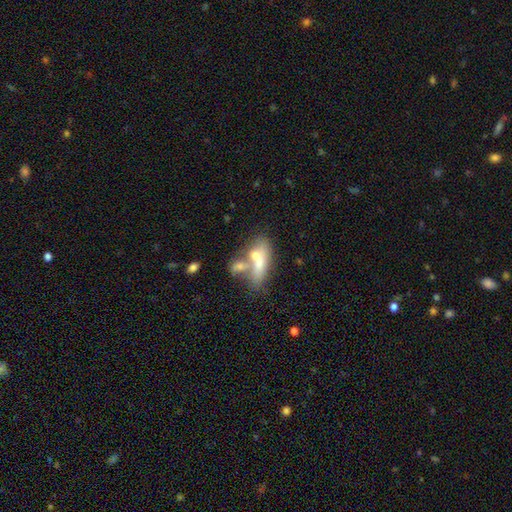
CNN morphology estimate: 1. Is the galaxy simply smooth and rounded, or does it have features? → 60% smooth, 31% featured or disk, 8% star or artifact.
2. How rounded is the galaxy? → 67% in between, 24% cigar-shaped, 9% round.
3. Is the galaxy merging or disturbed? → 55% merger, 25% none, 10% minor disturbance, 9% major disturbance.